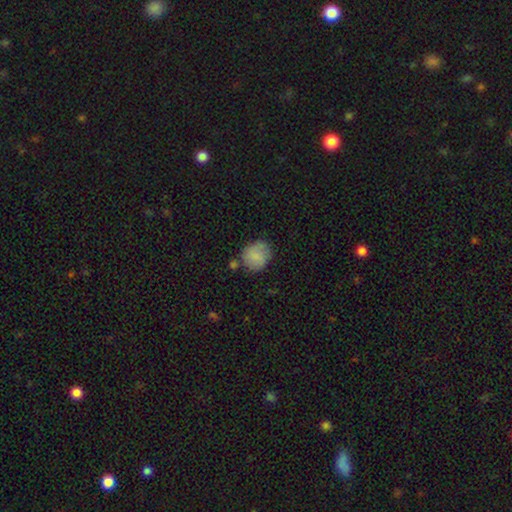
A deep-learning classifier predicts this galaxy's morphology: smooth-or-featured: smooth: 80% | featured or disk: 12% | star or artifact: 7%
  how-rounded: round: 76% | in between: 23% | cigar-shaped: 1%
  merging: none: 62% | minor disturbance: 23% | merger: 9% | major disturbance: 6%